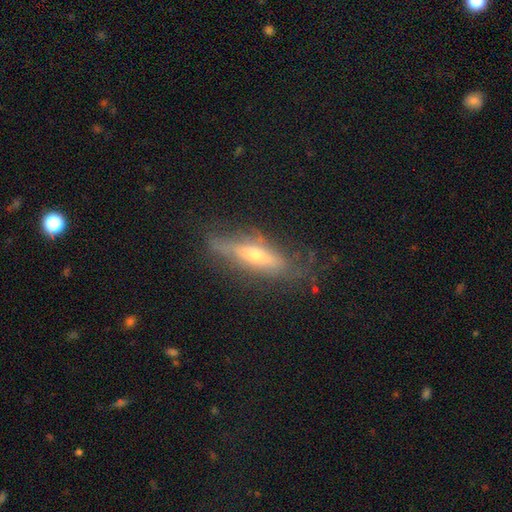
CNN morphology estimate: Smooth or featured? Predicted: featured or disk (p=0.65). Edge-on disk? Predicted: yes (p=0.81). Edge-on bulge? Predicted: rounded (p=0.82). Merging? Predicted: none (p=0.72).